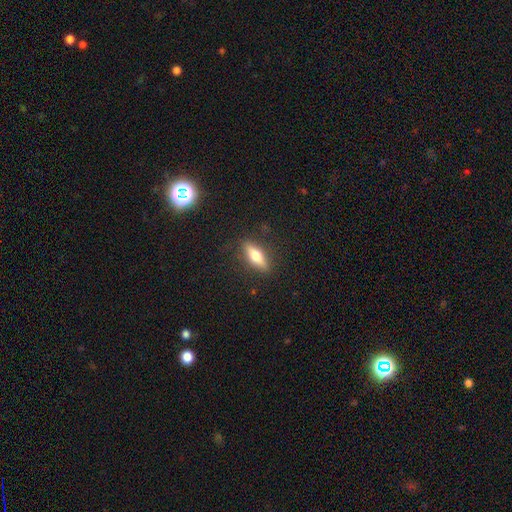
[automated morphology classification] Q: Smooth or featured?
A: smooth (59%); runner-up: featured or disk (34%)
Q: How rounded?
A: cigar-shaped (49%); runner-up: in between (48%)
Q: Merging?
A: none (86%); runner-up: minor disturbance (10%)